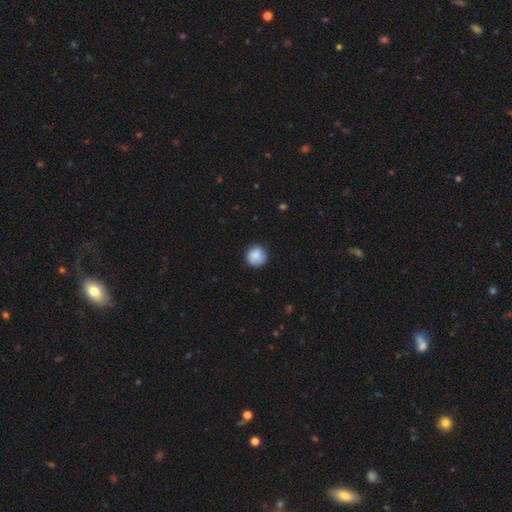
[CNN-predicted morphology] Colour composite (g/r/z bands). It shows a smooth galaxy with no disk features (84%) that is round (92%). Merging: none (81%).